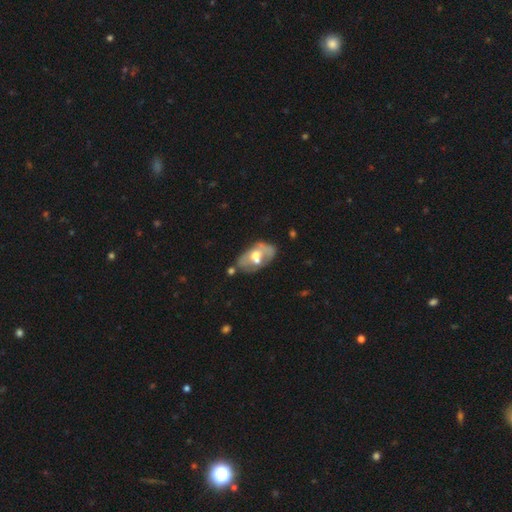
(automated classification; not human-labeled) A featured or disk galaxy (54%) with no bar (81%), no spiral arms (83%) and a moderate central bulge (68%).

Vote fractions:
- Smooth or featured? featured or disk: 54% / smooth: 39% / star or artifact: 7%
- Edge-on disk? no: 94% / yes: 6%
- Bar? no: 81% / weak: 15% / strong: 4%
- Spiral arms? no: 83% / yes: 17%
- Bulge size? moderate: 68% / small: 15% / large: 12% / none: 4% / dominant: 1%
- Merging? none: 33% / merger: 31% / minor disturbance: 21% / major disturbance: 14%